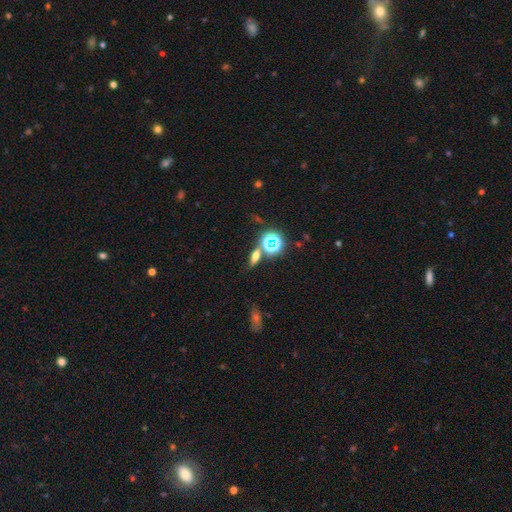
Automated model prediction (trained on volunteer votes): smooth 47%, star or artifact 28%, featured or disk 25%. Down the decision tree: merging — none (73%).